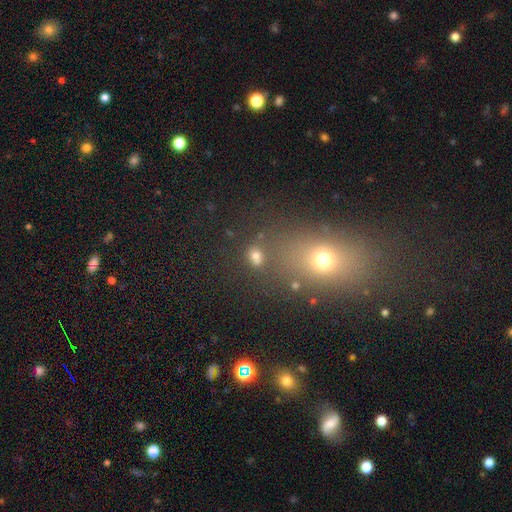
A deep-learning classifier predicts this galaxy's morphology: Q: Smooth or featured?
A: smooth (69%); runner-up: star or artifact (22%)
Q: How rounded?
A: in between (52%); runner-up: round (45%)
Q: Merging?
A: none (63%); runner-up: merger (17%)